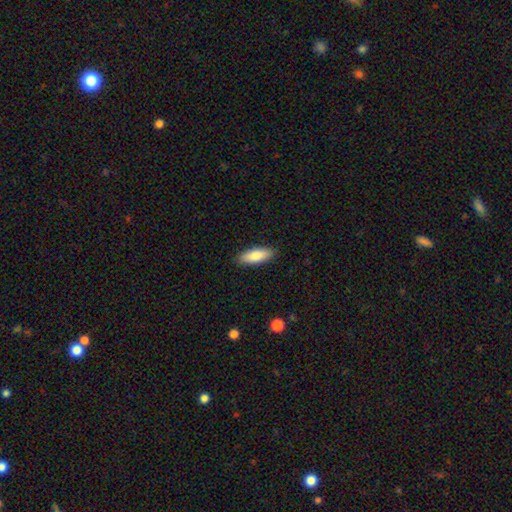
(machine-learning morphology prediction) A smooth galaxy with no disk features (82%) that is in between round and cigar-shaped (63%).

Vote fractions:
- Smooth or featured? smooth: 82% / featured or disk: 13% / star or artifact: 6%
- How rounded? in between: 63% / cigar-shaped: 35% / round: 2%
- Merging? none: 89% / minor disturbance: 8% / major disturbance: 2% / merger: 1%